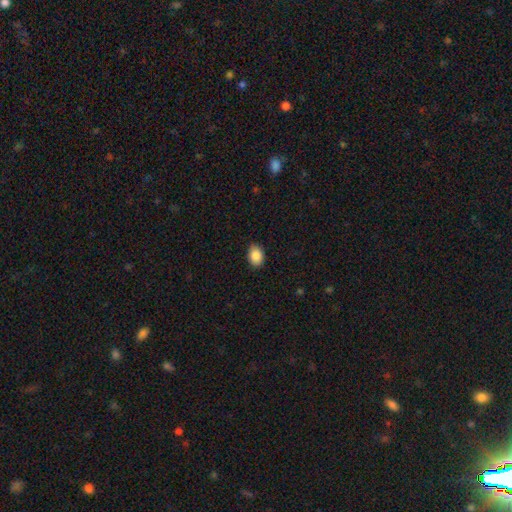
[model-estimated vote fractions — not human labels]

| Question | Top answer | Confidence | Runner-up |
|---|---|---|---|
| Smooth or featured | smooth | 88% | star or artifact (8%) |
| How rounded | in between | 77% | round (22%) |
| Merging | none | 87% | minor disturbance (10%) |